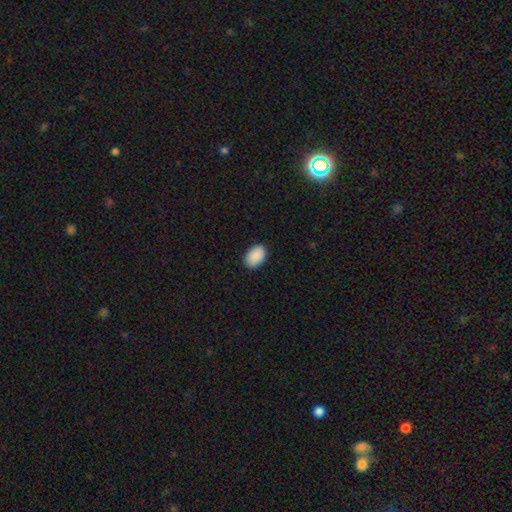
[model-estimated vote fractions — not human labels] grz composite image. It shows a smooth galaxy with no disk features (91%) that is in between round and cigar-shaped (89%). Merging: none (89%).